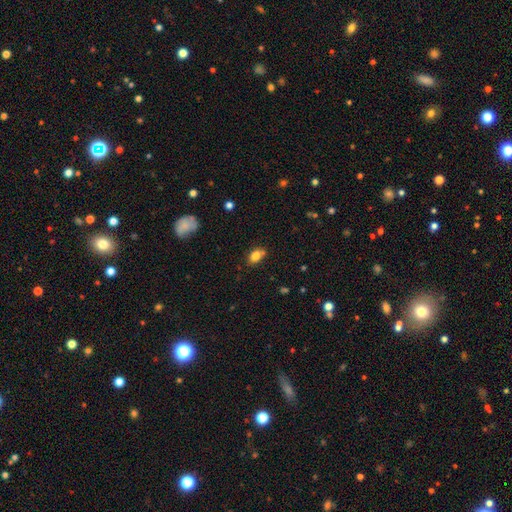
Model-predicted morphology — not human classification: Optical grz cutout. It shows a smooth galaxy with no disk features (81%) that is in between round and cigar-shaped (76%). Merging: none (67%).